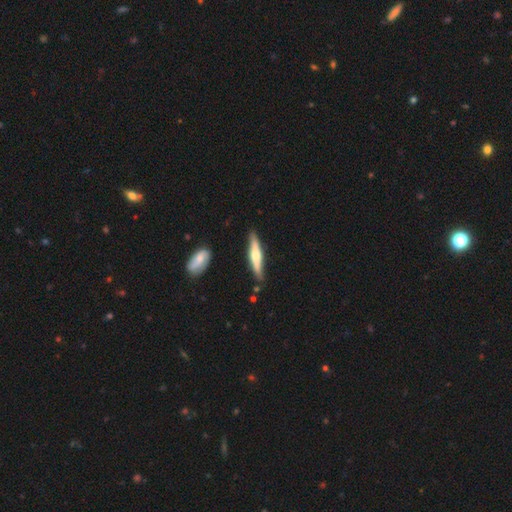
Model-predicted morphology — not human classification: A featured or disk galaxy (55%) viewed edge-on (95%) with a rounded central bulge (83%). Merging: none (84%).